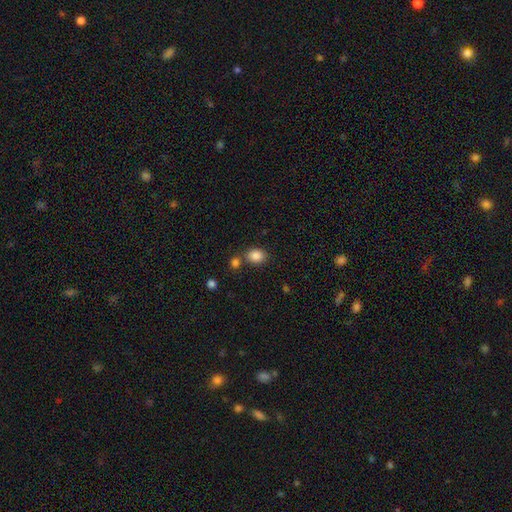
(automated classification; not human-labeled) A smooth galaxy with no disk features (86%) that is in between round and cigar-shaped (55%).

Vote fractions:
- Smooth or featured? smooth: 86% / star or artifact: 9% / featured or disk: 5%
- How rounded? in between: 55% / round: 44% / cigar-shaped: 1%
- Merging? none: 70% / merger: 16% / minor disturbance: 11% / major disturbance: 3%